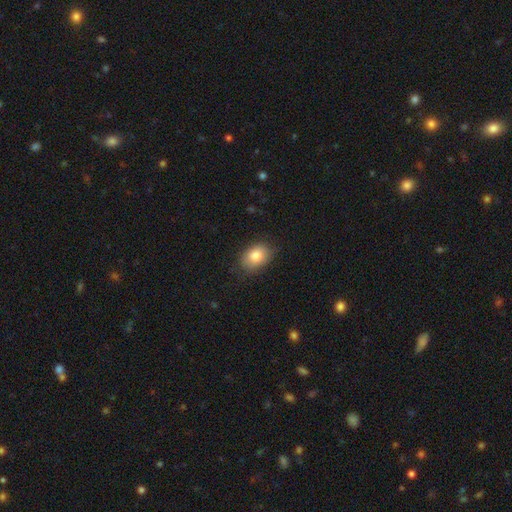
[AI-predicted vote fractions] smooth-or-featured: smooth: 83% | featured or disk: 9% | star or artifact: 8%
  how-rounded: in between: 81% | round: 18% | cigar-shaped: 1%
  merging: none: 79% | minor disturbance: 16% | major disturbance: 4% | merger: 1%